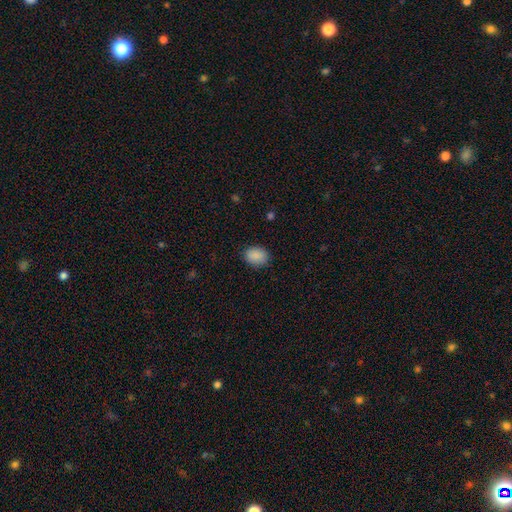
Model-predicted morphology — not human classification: Q: Smooth or featured?
A: smooth (89%); runner-up: star or artifact (8%)
Q: How rounded?
A: in between (70%); runner-up: round (29%)
Q: Merging?
A: none (85%); runner-up: minor disturbance (11%)